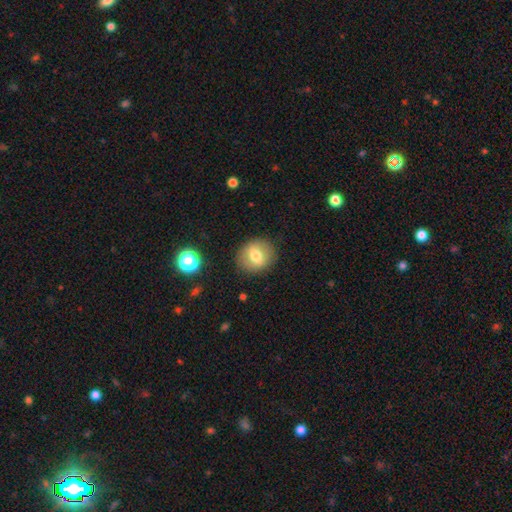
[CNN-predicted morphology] Smooth or featured?
  - smooth: 63% *
  - featured or disk: 28%
  - star or artifact: 9%
How rounded?
  - round: 74% *
  - in between: 25%
  - cigar-shaped: 1%
Merging?
  - none: 86% *
  - minor disturbance: 9%
  - major disturbance: 3%
  - merger: 1%